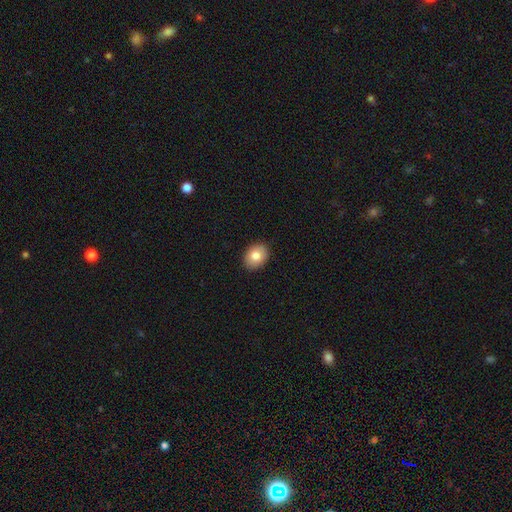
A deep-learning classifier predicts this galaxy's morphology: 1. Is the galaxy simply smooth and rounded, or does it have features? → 83% smooth, 9% featured or disk, 8% star or artifact.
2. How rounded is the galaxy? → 64% in between, 35% round, 1% cigar-shaped.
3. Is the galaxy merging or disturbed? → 91% none, 7% minor disturbance, 2% major disturbance, 1% merger.